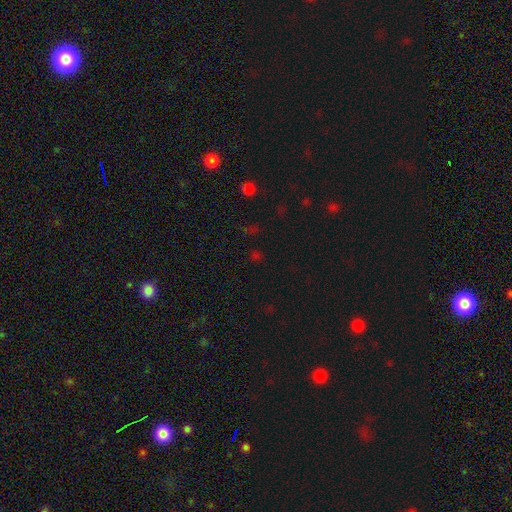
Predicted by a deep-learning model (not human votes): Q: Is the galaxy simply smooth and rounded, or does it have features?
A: star or artifact — 59%.